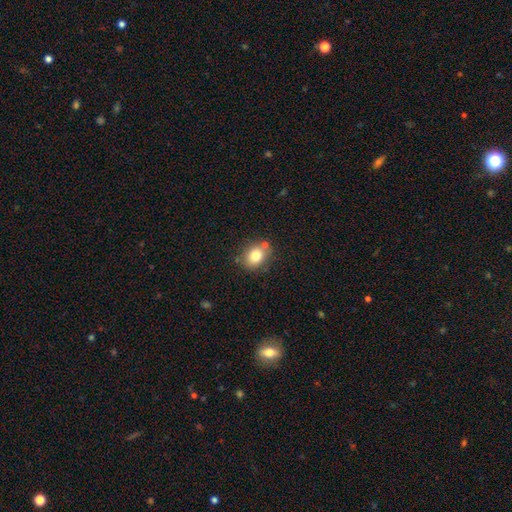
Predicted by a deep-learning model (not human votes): Smooth or featured? smooth (78%)
How rounded? in between (51%)
Merging? none (72%)